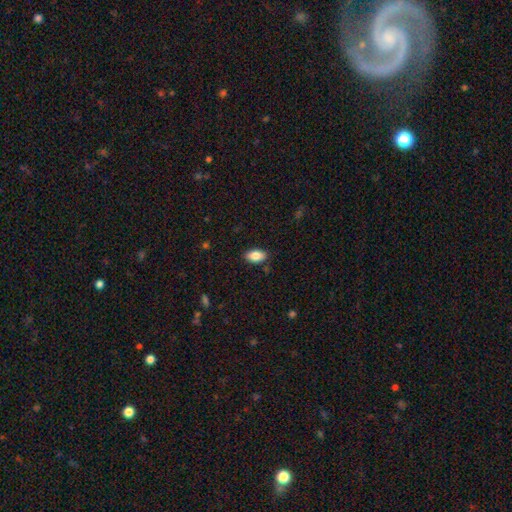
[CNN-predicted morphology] smooth-or-featured: smooth: 85% | featured or disk: 8% | star or artifact: 7%
  how-rounded: in between: 92% | round: 5% | cigar-shaped: 2%
  merging: none: 86% | minor disturbance: 10% | major disturbance: 2% | merger: 1%